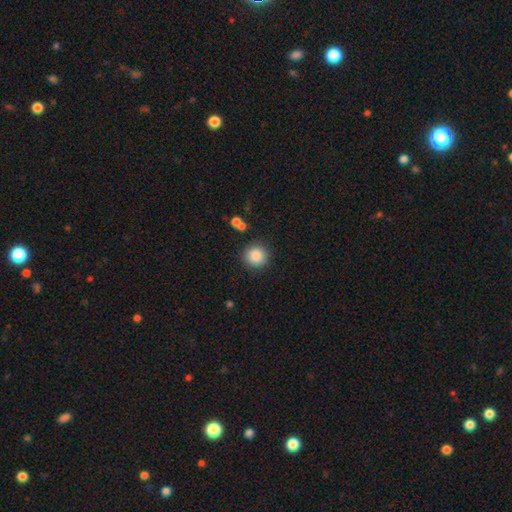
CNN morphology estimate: Overall: smooth (87%). How rounded: round (93%). Merging: none (87%).